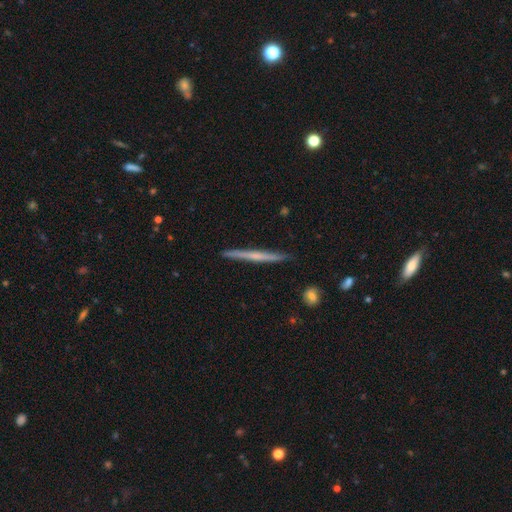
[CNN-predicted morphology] smooth_or_featured: featured or disk (p=0.58) [alt: smooth p=0.36]
disk_edge_on: yes (p=0.98) [alt: no p=0.02]
edge_on_bulge: none (p=0.62) [alt: rounded p=0.31]
merging: none (p=0.91) [alt: minor disturbance p=0.07]